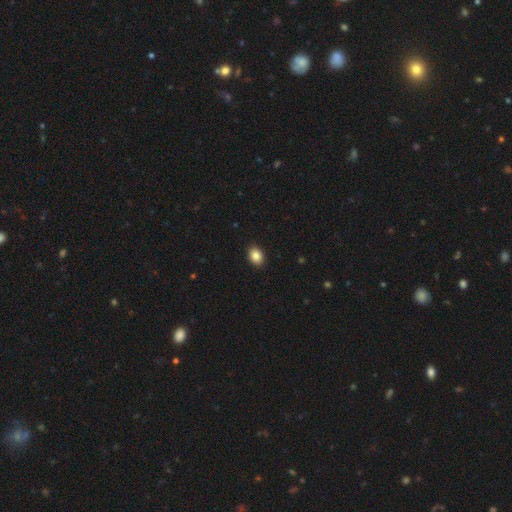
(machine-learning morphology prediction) A smooth galaxy with no disk features (87%) that is in between round and cigar-shaped (75%). Merging: none (91%).